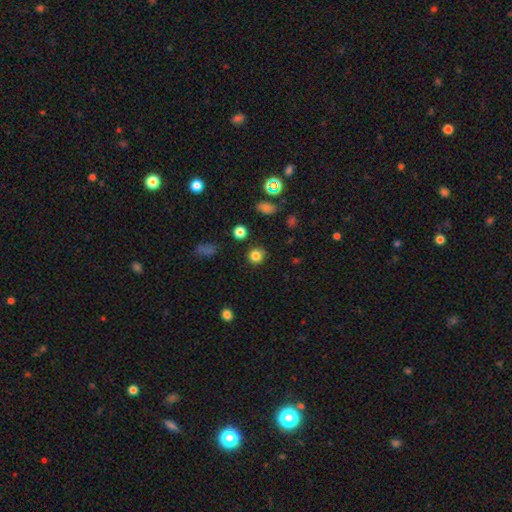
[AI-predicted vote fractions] A smooth galaxy with no disk features (82%) that is round (91%). Merging: none (88%).